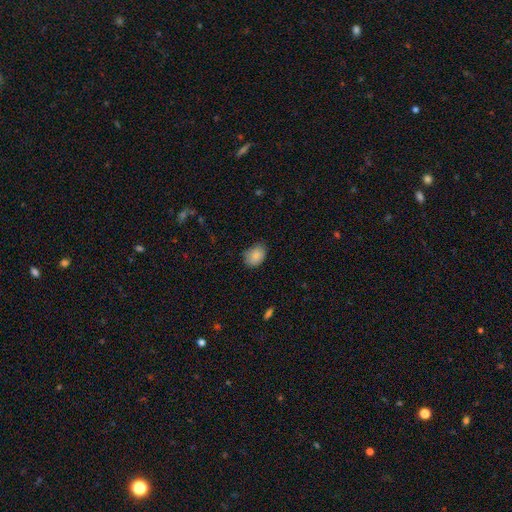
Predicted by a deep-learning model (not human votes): Smooth or featured: smooth — 86% (star or artifact — 8%)
How rounded: in between — 68% (round — 31%)
Merging: none — 67% (minor disturbance — 27%)